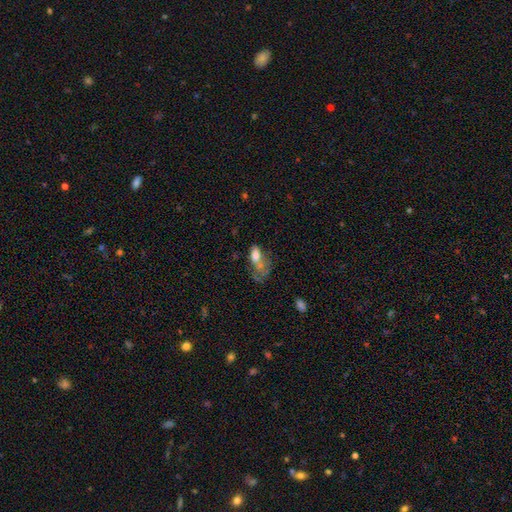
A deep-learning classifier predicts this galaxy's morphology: This is likely a smooth galaxy (62%). How rounded: clearly in between (86%). Merging: marginally major disturbance (40%).